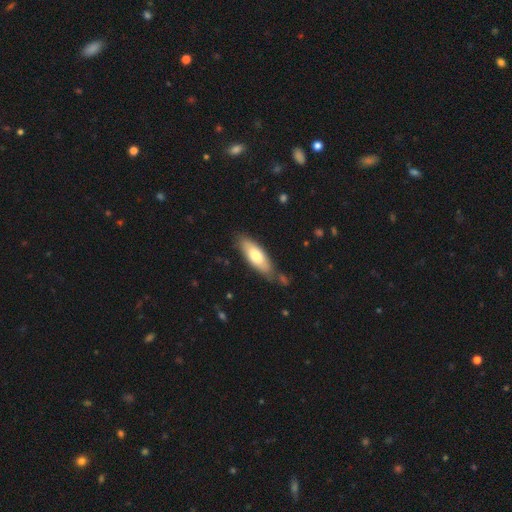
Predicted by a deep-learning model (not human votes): Q: Smooth or featured?
A: smooth (70%); runner-up: featured or disk (25%)
Q: How rounded?
A: in between (65%); runner-up: cigar-shaped (33%)
Q: Merging?
A: none (73%); runner-up: minor disturbance (18%)